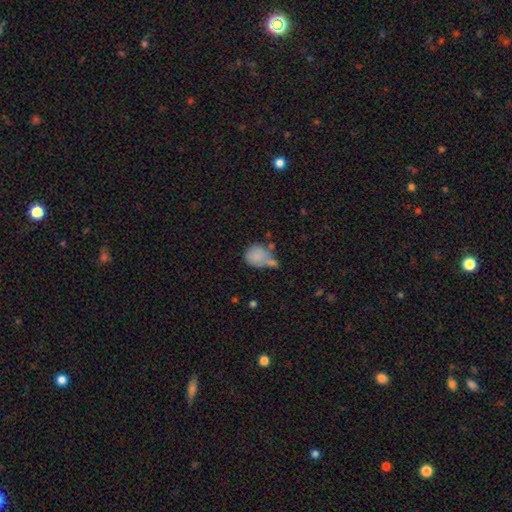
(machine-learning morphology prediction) This appears to be a smooth galaxy with no disk features (78%) that is round (69%). Merging: none (34%).